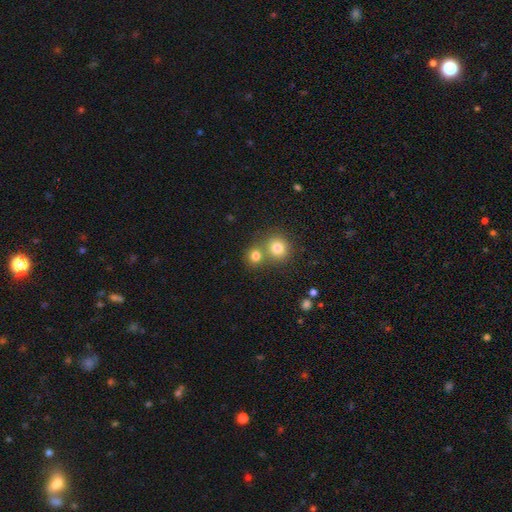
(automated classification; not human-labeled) A smooth galaxy with no disk features (79%) that is round (83%). Merging: none (51%).